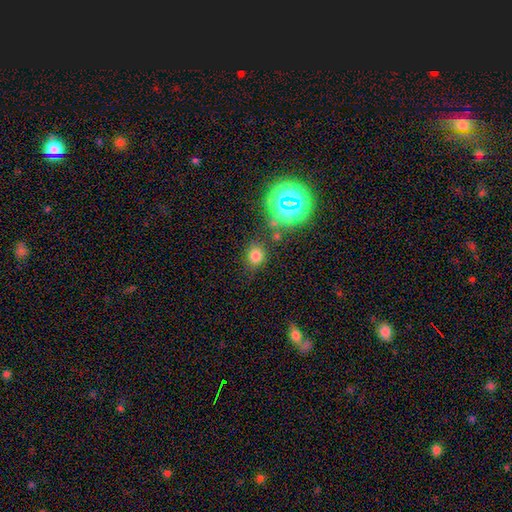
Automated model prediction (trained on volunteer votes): This is likely a smooth galaxy (71%). How rounded: likely round (73%). Merging: likely none (79%).